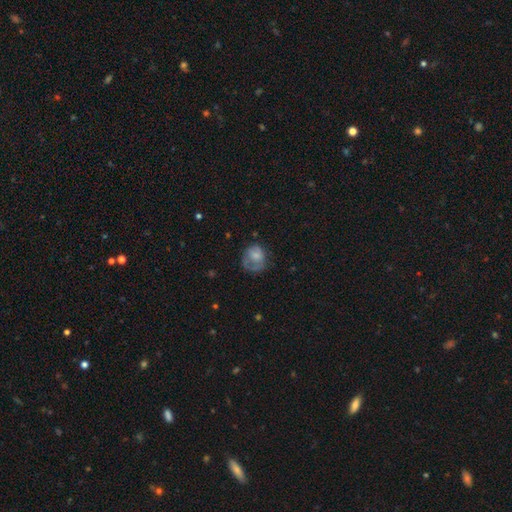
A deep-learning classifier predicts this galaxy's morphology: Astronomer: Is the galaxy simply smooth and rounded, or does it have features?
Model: smooth — 63%.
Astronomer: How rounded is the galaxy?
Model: round — 62%.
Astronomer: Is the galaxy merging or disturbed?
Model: none — 39% (runner-up: major disturbance, 31%).